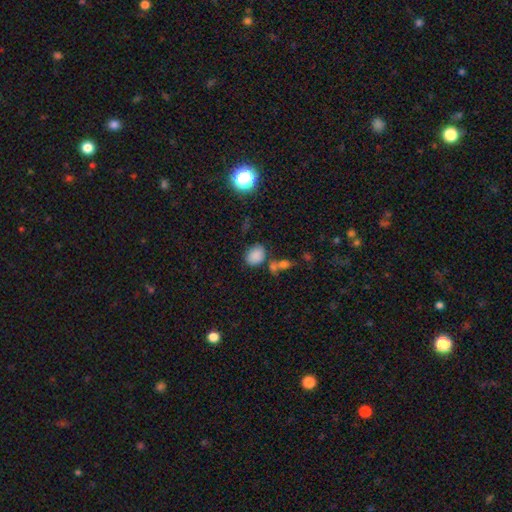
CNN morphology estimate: smooth-or-featured: smooth: 81% | star or artifact: 13% | featured or disk: 5%
  how-rounded: in between: 66% | round: 33% | cigar-shaped: 1%
  merging: none: 64% | minor disturbance: 15% | merger: 15% | major disturbance: 5%